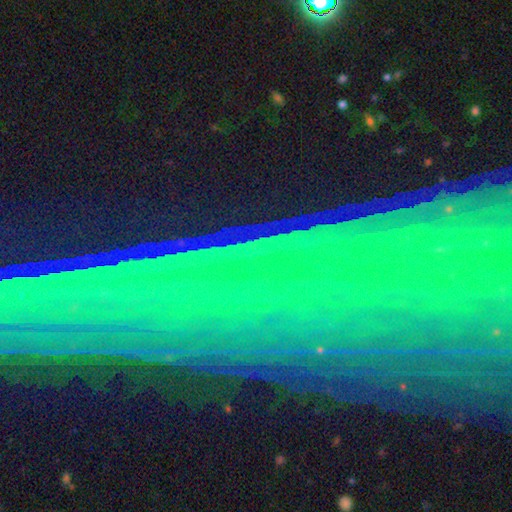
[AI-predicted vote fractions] Q: Smooth or featured?
A: star or artifact (82%); runner-up: featured or disk (10%)